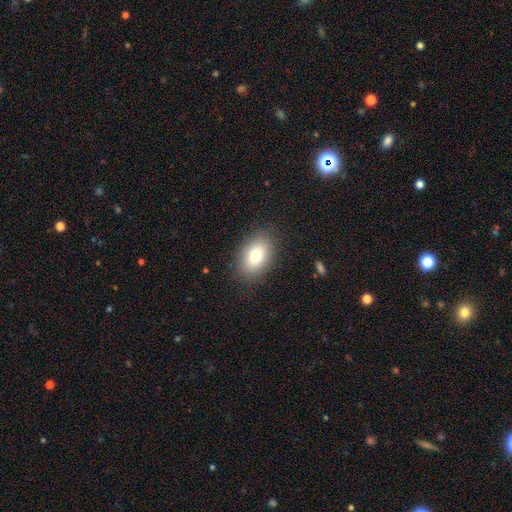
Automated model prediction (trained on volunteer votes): A smooth galaxy with no disk features (80%) that is in between round and cigar-shaped (86%). Merging: none (86%).